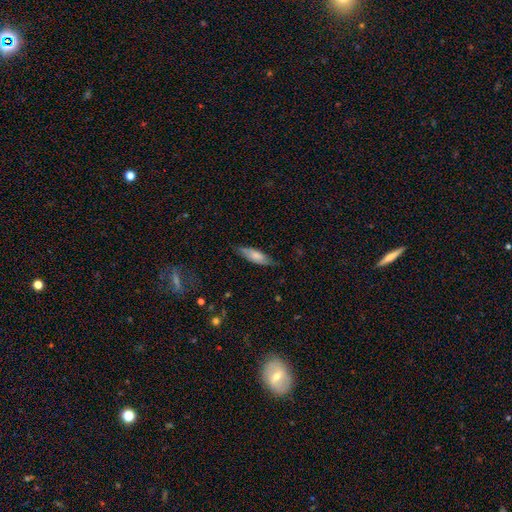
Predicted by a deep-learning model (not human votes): Overall: smooth (72%). How rounded: in between (53%; cigar-shaped 45%). Merging: none (75%).